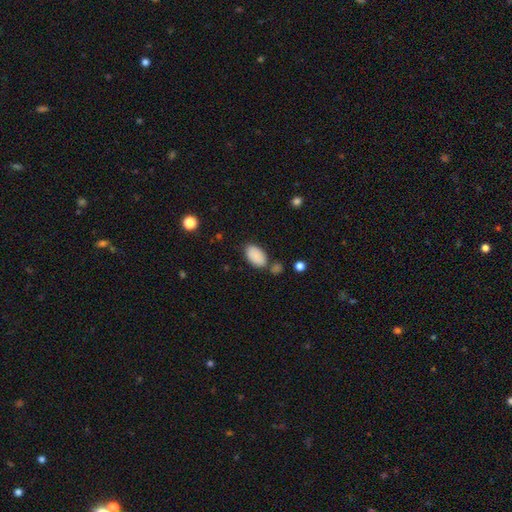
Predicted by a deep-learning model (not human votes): This is clearly a smooth galaxy (88%). How rounded: clearly in between (95%). Merging: likely none (71%).